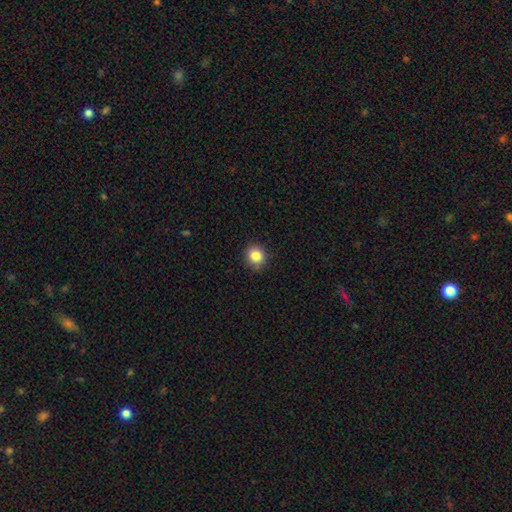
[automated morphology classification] This is clearly a smooth galaxy (84%). How rounded: clearly round (84%). Merging: clearly none (89%).